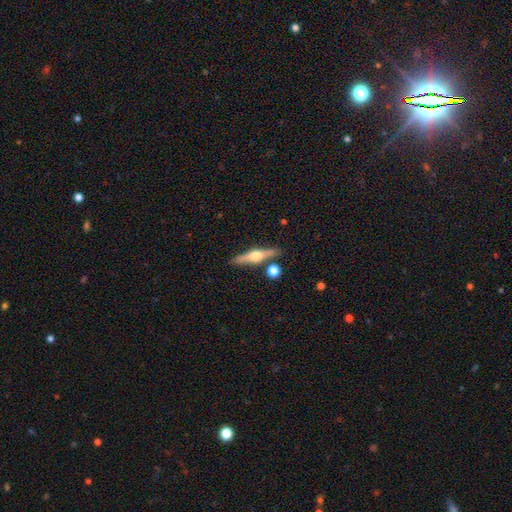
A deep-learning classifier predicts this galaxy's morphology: The model was most divided on "smooth or featured": featured or disk: 68%, smooth: 26%, star or artifact: 6%. More confident: edge-on disk — yes (96%); edge-on bulge — rounded (94%); merging — none (82%).